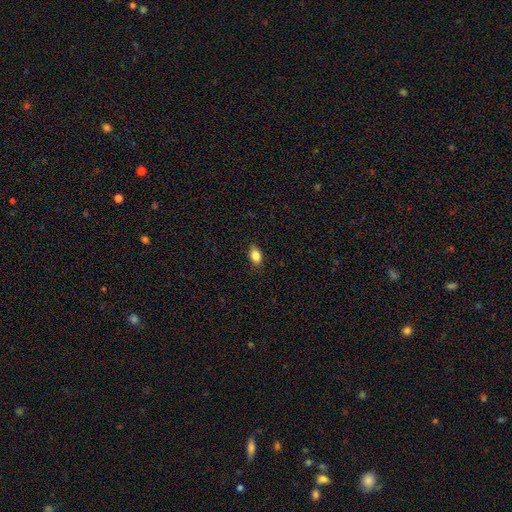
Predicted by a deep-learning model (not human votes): A smooth galaxy with no disk features (84%) that is in between round and cigar-shaped (85%). Merging: none (87%).